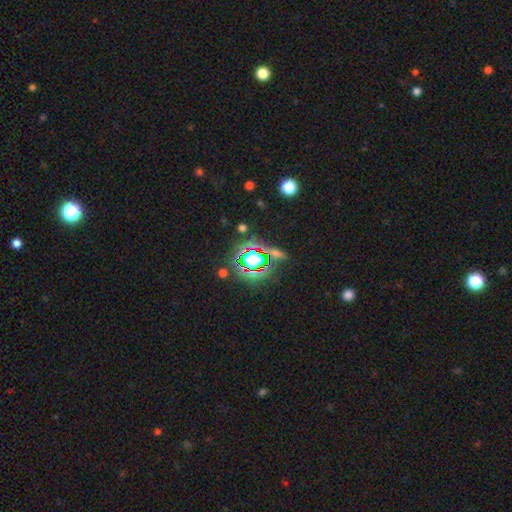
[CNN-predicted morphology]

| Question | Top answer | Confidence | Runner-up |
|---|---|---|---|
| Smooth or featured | star or artifact | 82% | smooth (11%) |